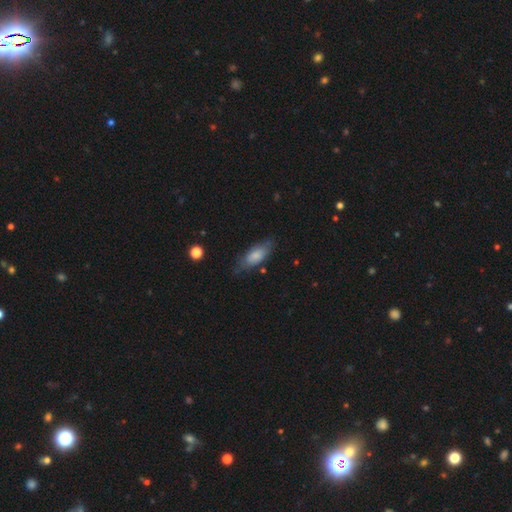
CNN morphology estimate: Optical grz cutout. It shows a smooth galaxy with no disk features (76%) that is in between round and cigar-shaped (79%). Merging: none (66%).